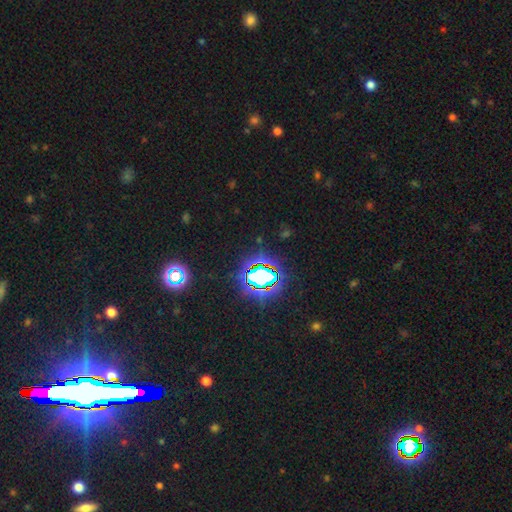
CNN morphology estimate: star or artifact 80%, smooth 12%, featured or disk 8%.